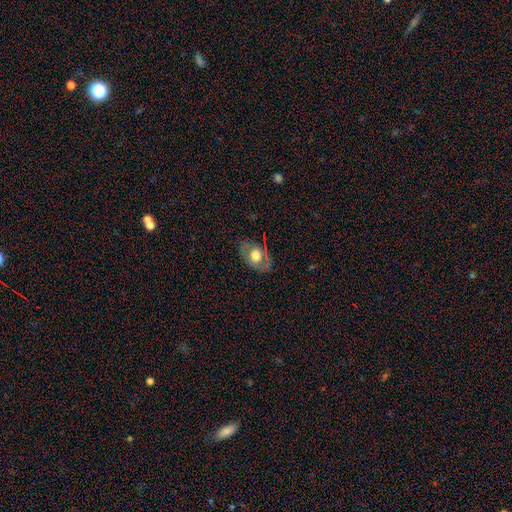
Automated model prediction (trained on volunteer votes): A smooth galaxy with no disk features (50%) that is in between round and cigar-shaped (78%).

Vote fractions:
- Smooth or featured? smooth: 50% / featured or disk: 42% / star or artifact: 8%
- How rounded? in between: 78% / round: 20% / cigar-shaped: 1%
- Merging? none: 72% / minor disturbance: 20% / major disturbance: 7% / merger: 1%